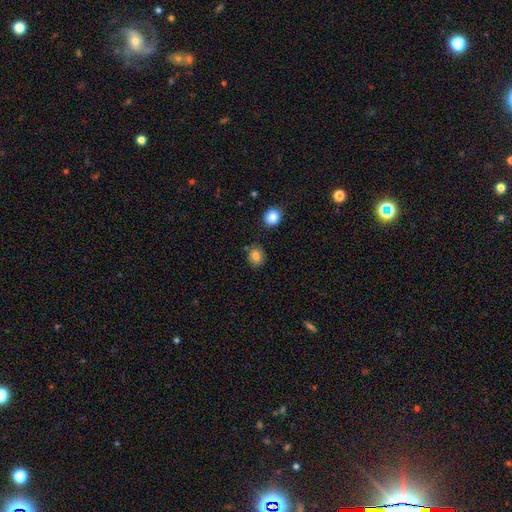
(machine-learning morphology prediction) This is clearly a smooth galaxy (84%). How rounded: possibly round (51%). Merging: likely none (78%).